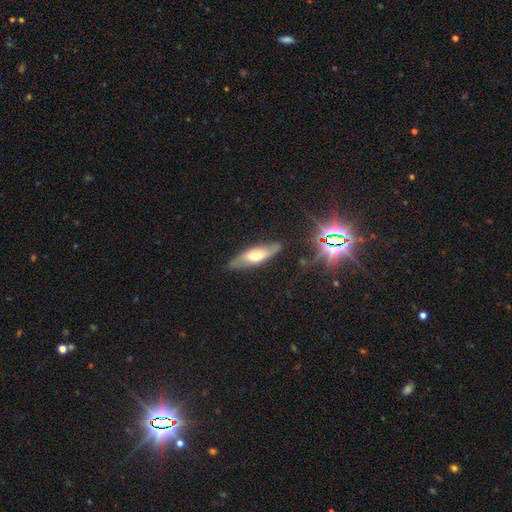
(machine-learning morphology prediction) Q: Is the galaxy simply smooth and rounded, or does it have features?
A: featured or disk — 48%.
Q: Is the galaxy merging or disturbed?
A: none — 82%.